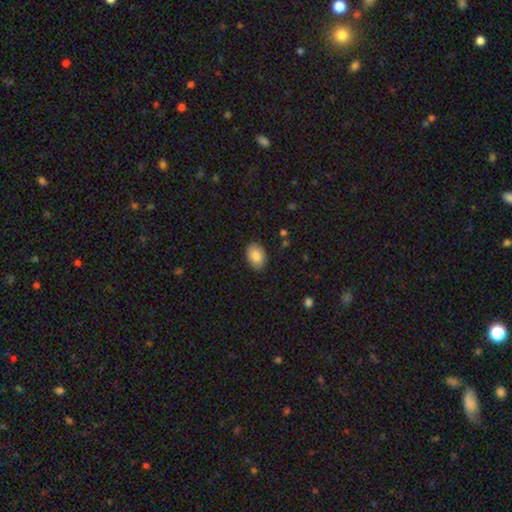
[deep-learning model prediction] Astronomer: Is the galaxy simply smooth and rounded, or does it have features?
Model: smooth — 86%.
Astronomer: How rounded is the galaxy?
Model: in between — 82%.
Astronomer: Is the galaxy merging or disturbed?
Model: none — 88%.